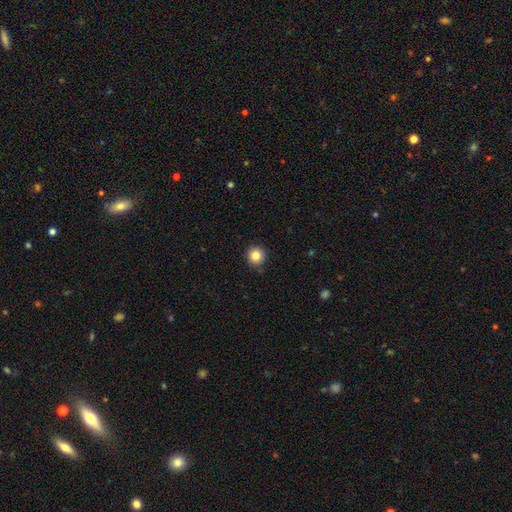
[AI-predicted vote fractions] This appears to be a smooth galaxy with no disk features (84%) that is round (94%). Merging: none (89%).